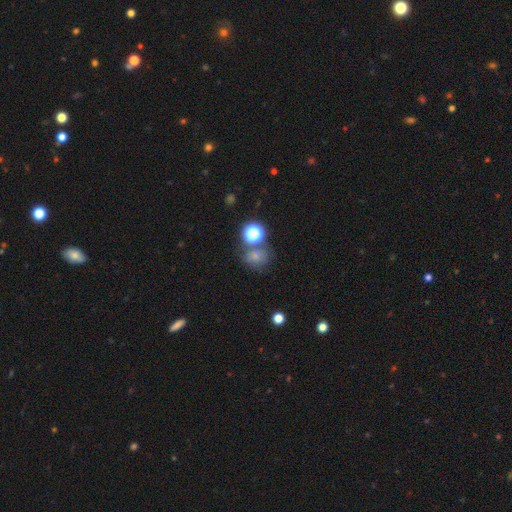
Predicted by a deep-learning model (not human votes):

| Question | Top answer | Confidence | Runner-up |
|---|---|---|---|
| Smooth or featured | smooth | 65% | star or artifact (23%) |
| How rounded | round | 74% | in between (25%) |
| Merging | none | 58% | merger (19%) |